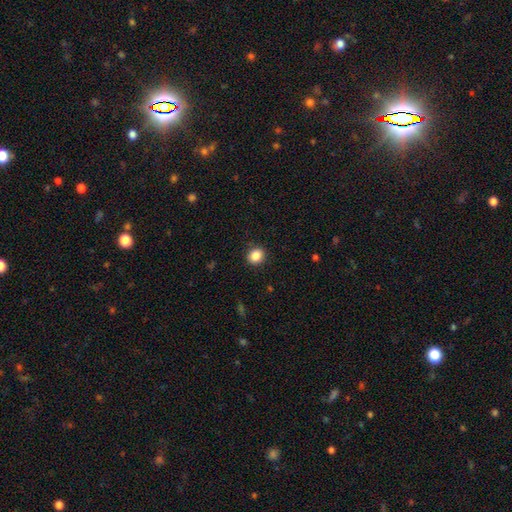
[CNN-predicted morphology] Smooth or featured? smooth (86%)
How rounded? round (74%)
Merging? none (90%)